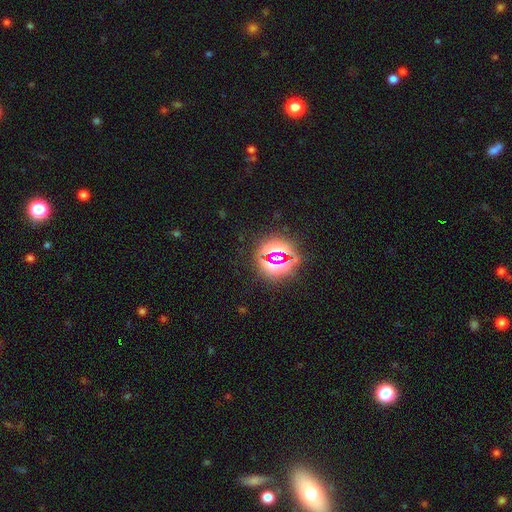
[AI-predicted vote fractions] smooth-or-featured: star or artifact: 80% | smooth: 14% | featured or disk: 6%